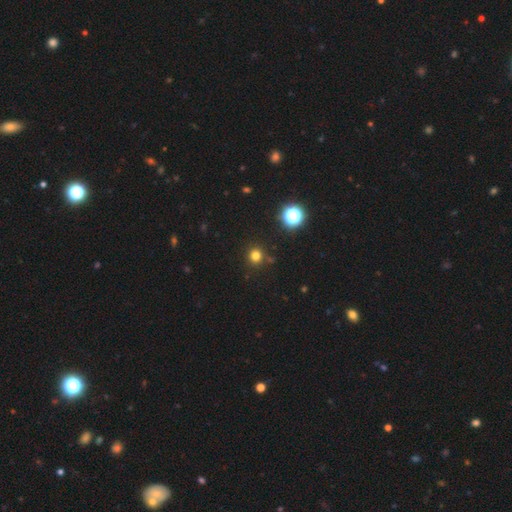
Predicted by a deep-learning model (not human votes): The model was most divided on "smooth or featured": smooth: 76%, star or artifact: 19%, featured or disk: 5%. More confident: how rounded — round (93%); merging — none (88%).